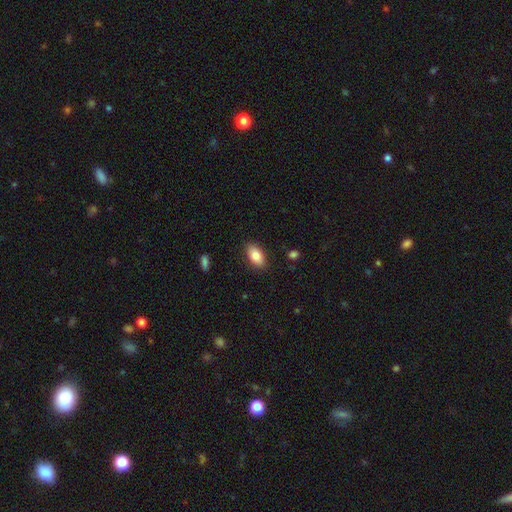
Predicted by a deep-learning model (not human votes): smooth 82%, featured or disk 10%, star or artifact 7%. Down the decision tree: how rounded — in between (91%); merging — none (87%).